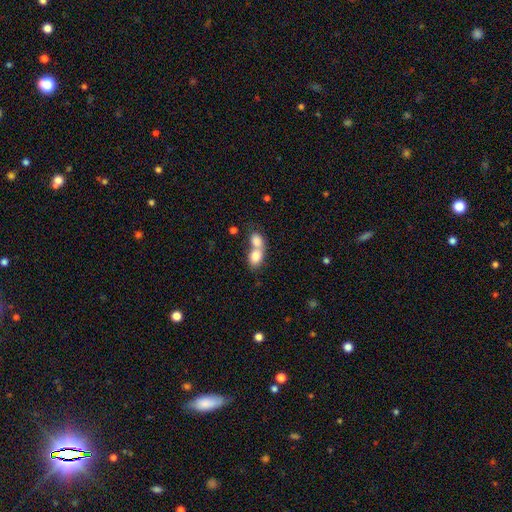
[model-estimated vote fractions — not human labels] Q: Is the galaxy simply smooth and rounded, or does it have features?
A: smooth — 79%.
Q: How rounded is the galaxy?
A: in between — 69%.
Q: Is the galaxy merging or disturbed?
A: merger — 73%.